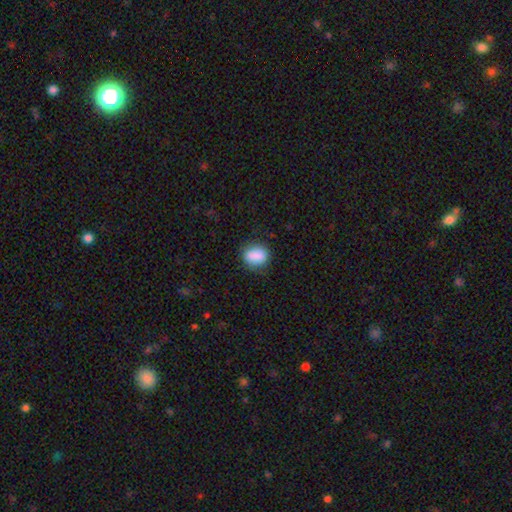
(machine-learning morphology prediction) Smooth or featured? Predicted: smooth (p=0.86). How rounded? Predicted: in between (p=0.56). Merging? Predicted: none (p=0.80).